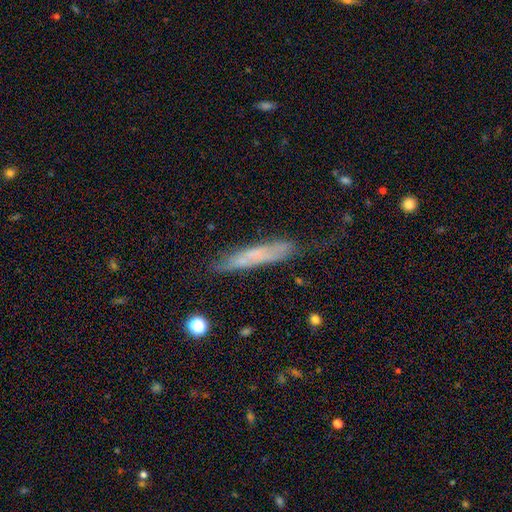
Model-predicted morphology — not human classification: Smooth or featured? Predicted: smooth (p=0.53). How rounded? Predicted: cigar-shaped (p=0.88). Merging? Predicted: none (p=0.61).